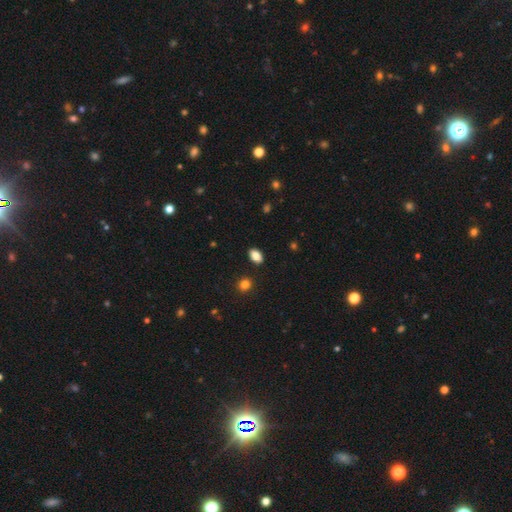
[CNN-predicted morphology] Q: Smooth or featured?
A: smooth (86%); runner-up: star or artifact (9%)
Q: How rounded?
A: in between (89%); runner-up: round (9%)
Q: Merging?
A: none (88%); runner-up: minor disturbance (8%)